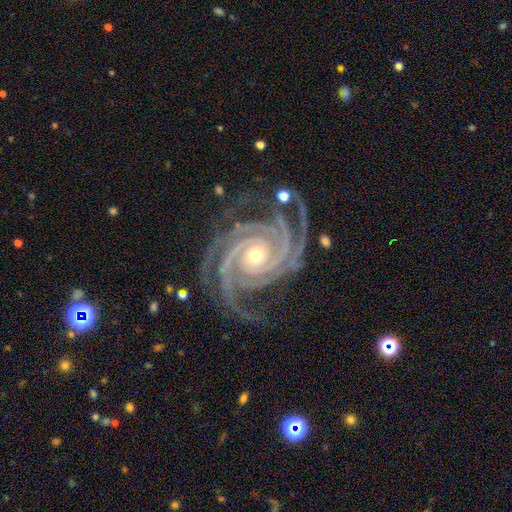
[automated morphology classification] Overall: featured or disk (94%). Edge-on disk: no (98%). Bar: no (66%). Spiral arms: yes (99%). Spiral arm count: 4 (36%; 3 27%). Spiral winding: tight (80%). Bulge size: small (49%; moderate 48%). Merging: none (74%).